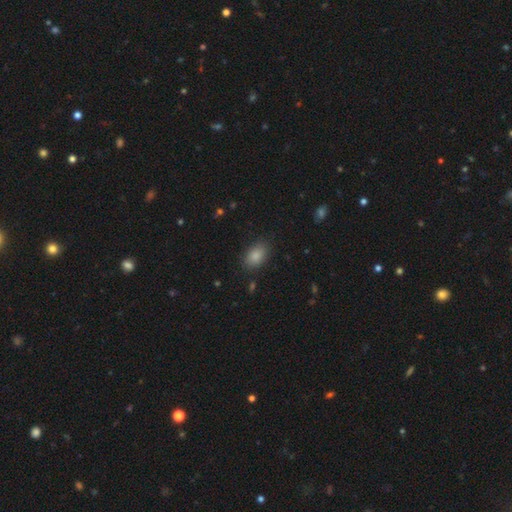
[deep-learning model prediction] Smooth or featured: smooth — 86% (star or artifact — 8%)
How rounded: in between — 89% (round — 9%)
Merging: none — 84% (minor disturbance — 12%)